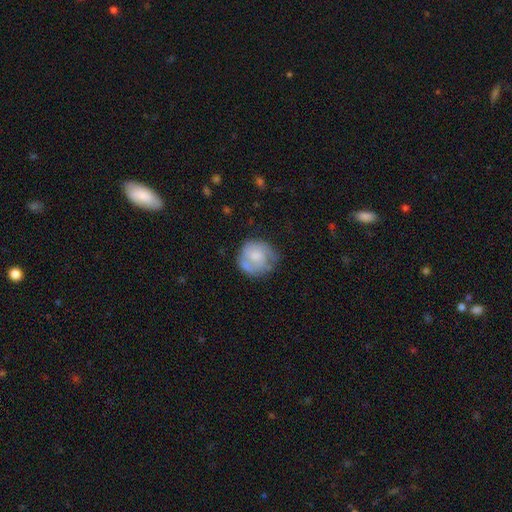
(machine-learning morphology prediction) type=smooth (49%); merging=none (54%).